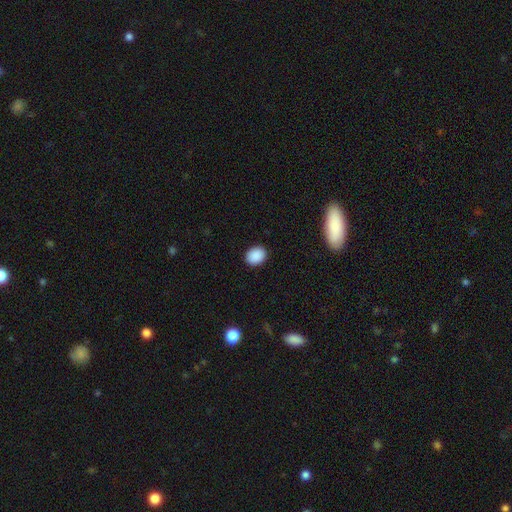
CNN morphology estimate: Smooth or featured? smooth (89%)
How rounded? round (50%)
Merging? none (90%)